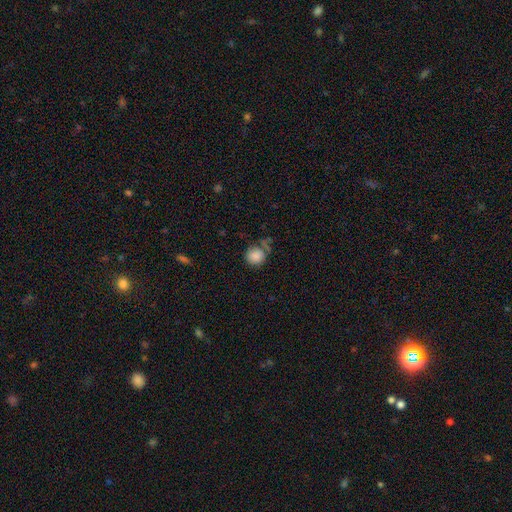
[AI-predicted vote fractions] Q: Smooth or featured?
A: smooth (82%); runner-up: star or artifact (10%)
Q: How rounded?
A: round (83%); runner-up: in between (16%)
Q: Merging?
A: none (56%); runner-up: minor disturbance (24%)